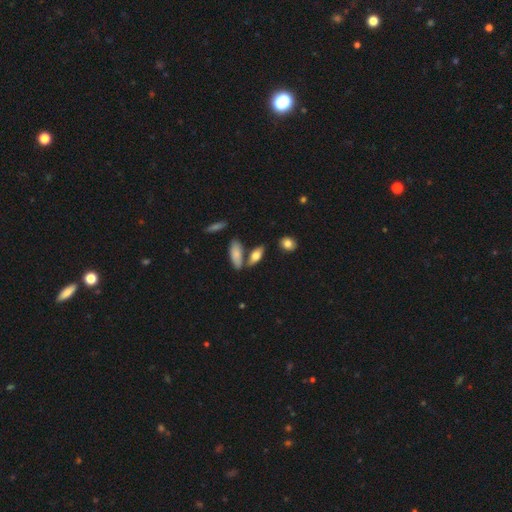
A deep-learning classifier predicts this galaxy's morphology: The model was most divided on "how rounded": in between: 69%, cigar-shaped: 27%, round: 4%. More confident: smooth or featured — smooth (69%); merging — none (67%).